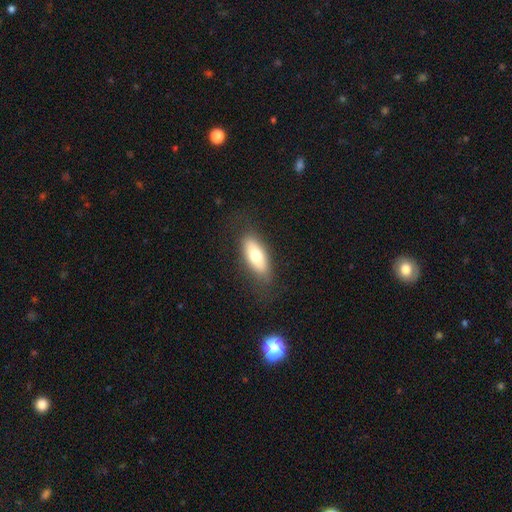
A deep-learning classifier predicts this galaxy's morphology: type=smooth (70%); roundness=in between (78%); merging=none (80%).